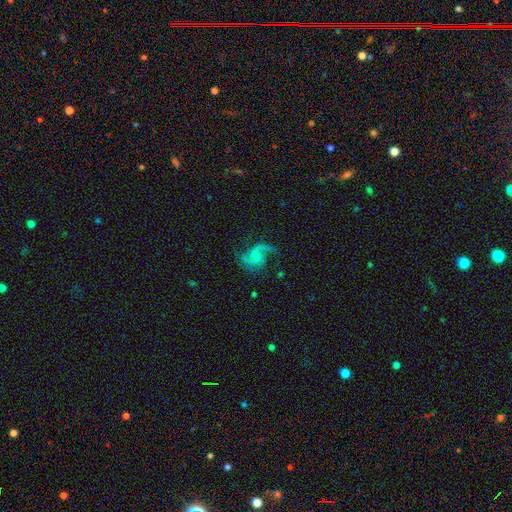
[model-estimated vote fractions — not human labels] This is clearly a featured or disk galaxy (85%). It is clearly not viewed edge-on (98%). Bar: likely no (63%). Spiral arm pattern: clearly yes (97%). Spiral arm count: likely 2 (80%). Spiral winding: possibly loose (52%). Central bulge: likely small (60%). Merging: likely none (63%).